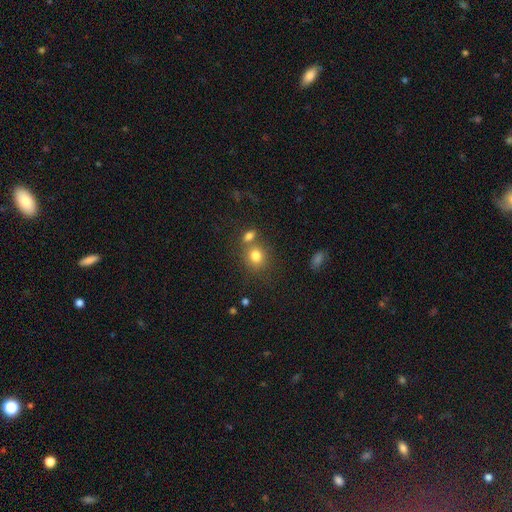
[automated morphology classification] Smooth or featured? Predicted: smooth (p=0.79). How rounded? Predicted: round (p=0.74). Merging? Predicted: none (p=0.56).